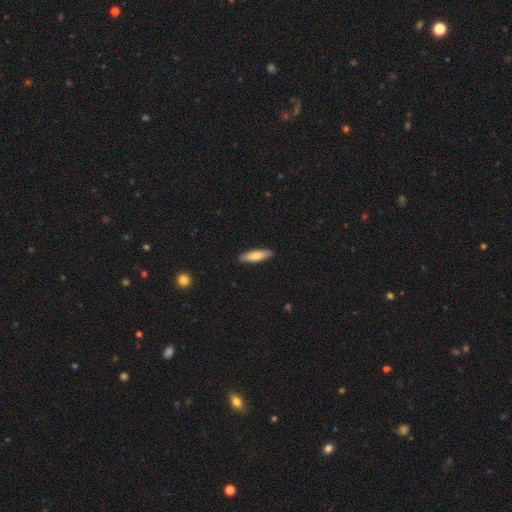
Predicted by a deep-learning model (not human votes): smooth 78%, featured or disk 17%, star or artifact 5%. Down the decision tree: how rounded — cigar-shaped (56%); merging — none (88%).